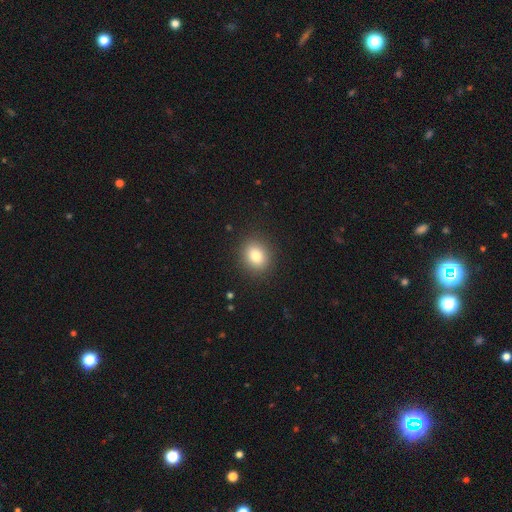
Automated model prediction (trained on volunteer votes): Overall: smooth (82%). How rounded: round (66%; in between 34%). Merging: none (89%).